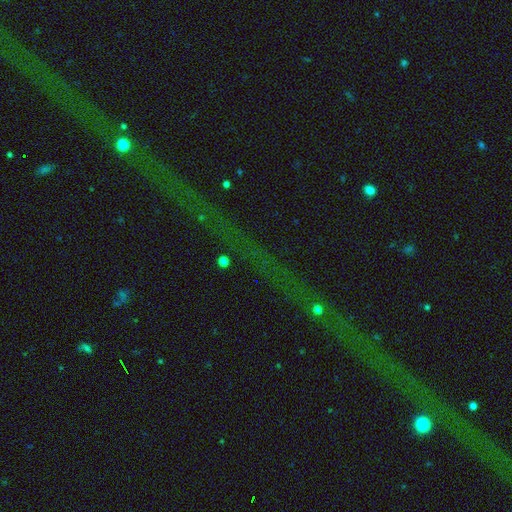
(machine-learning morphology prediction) The model was most divided on "smooth or featured": star or artifact: 78%, featured or disk: 13%, smooth: 9%.